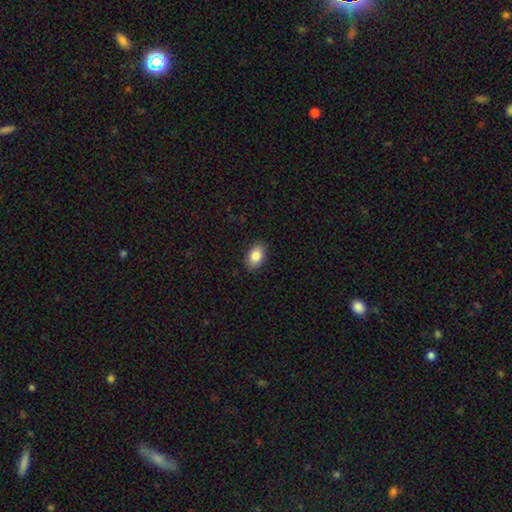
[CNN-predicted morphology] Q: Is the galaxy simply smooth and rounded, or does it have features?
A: smooth — 86%.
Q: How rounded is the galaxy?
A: in between — 88%.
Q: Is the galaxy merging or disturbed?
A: none — 88%.